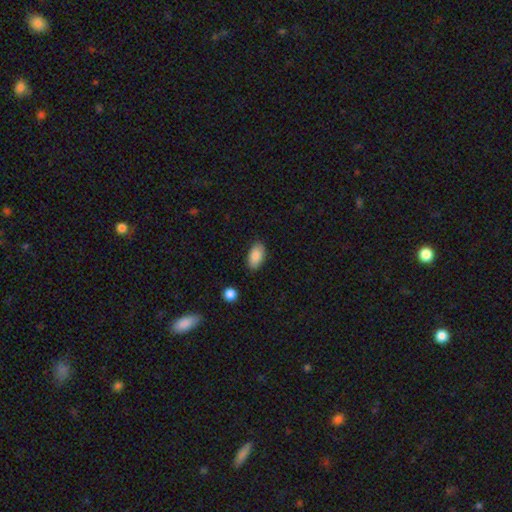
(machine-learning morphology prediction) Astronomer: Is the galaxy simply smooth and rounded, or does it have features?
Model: smooth — 88%.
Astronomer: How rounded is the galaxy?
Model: in between — 94%.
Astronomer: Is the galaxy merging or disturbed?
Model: none — 85%.